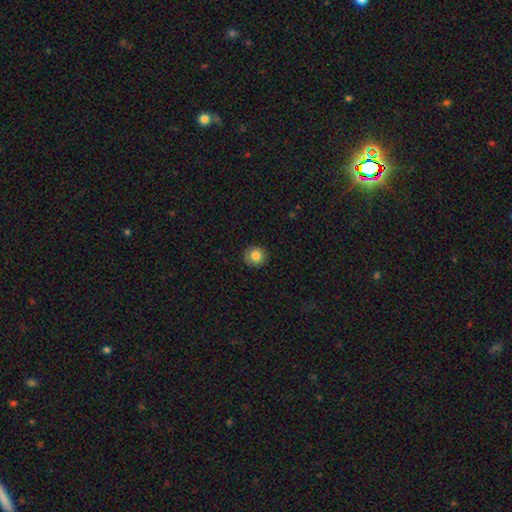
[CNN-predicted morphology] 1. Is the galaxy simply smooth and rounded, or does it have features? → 83% smooth, 9% star or artifact, 8% featured or disk.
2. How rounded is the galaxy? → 90% round, 9% in between, 1% cigar-shaped.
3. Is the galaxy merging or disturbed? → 90% none, 7% minor disturbance, 2% major disturbance, 1% merger.